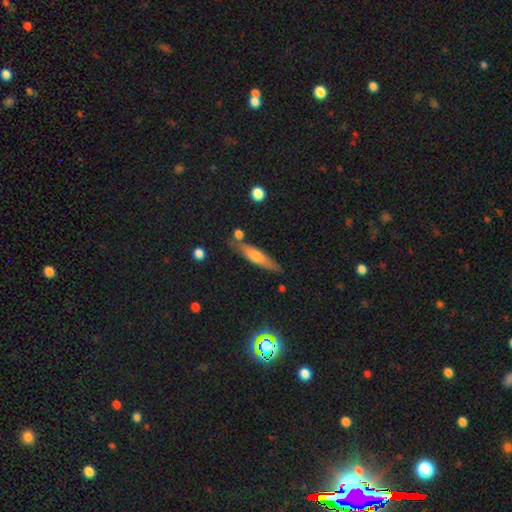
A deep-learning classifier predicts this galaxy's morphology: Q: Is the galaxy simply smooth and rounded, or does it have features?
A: smooth — 50%.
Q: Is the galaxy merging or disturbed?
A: none — 79%.